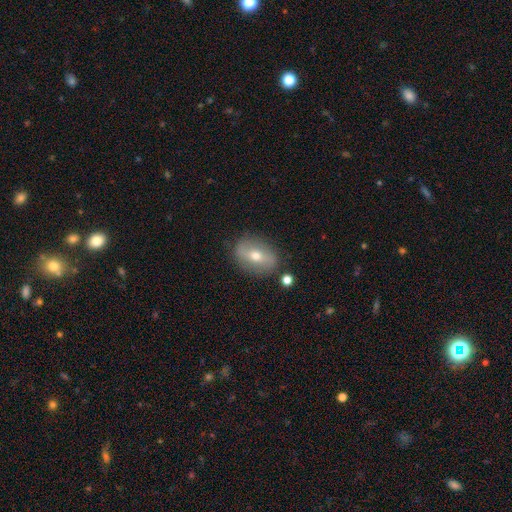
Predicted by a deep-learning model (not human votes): smooth_or_featured: featured or disk (p=0.49) [alt: smooth p=0.42]
merging: none (p=0.83) [alt: minor disturbance p=0.11]